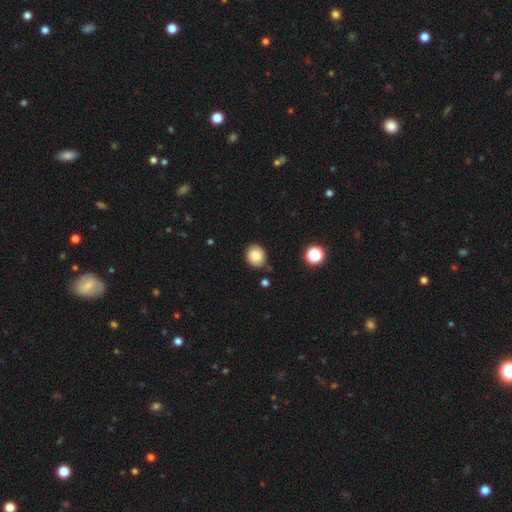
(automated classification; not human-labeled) A smooth galaxy with no disk features (84%) that is round (72%). Merging: none (84%).